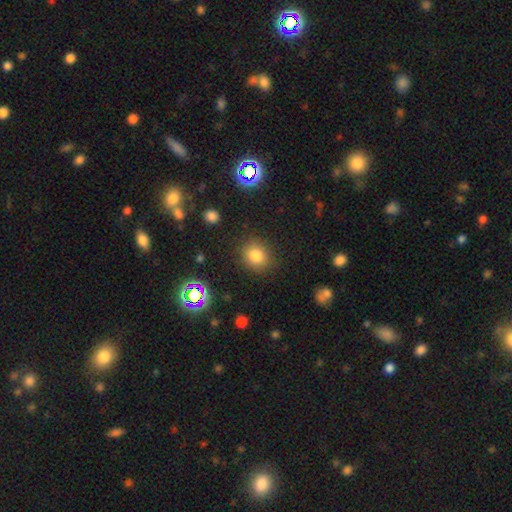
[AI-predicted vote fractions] smooth_or_featured: smooth (p=0.79) [alt: star or artifact p=0.14]
how_rounded: round (p=0.78) [alt: in between p=0.21]
merging: none (p=0.86) [alt: minor disturbance p=0.09]